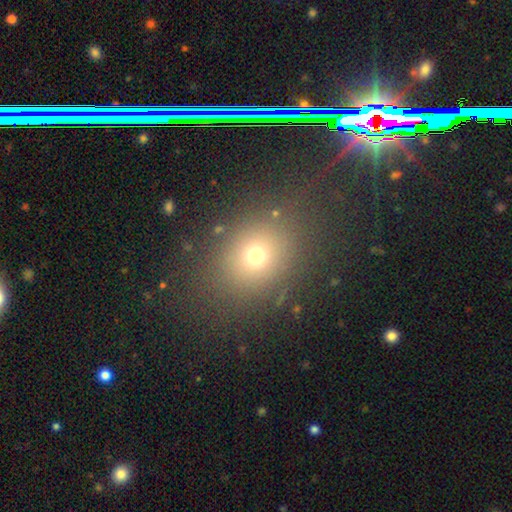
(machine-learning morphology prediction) Smooth or featured? Predicted: smooth (p=0.69). How rounded? Predicted: round (p=0.60). Merging? Predicted: none (p=0.78).